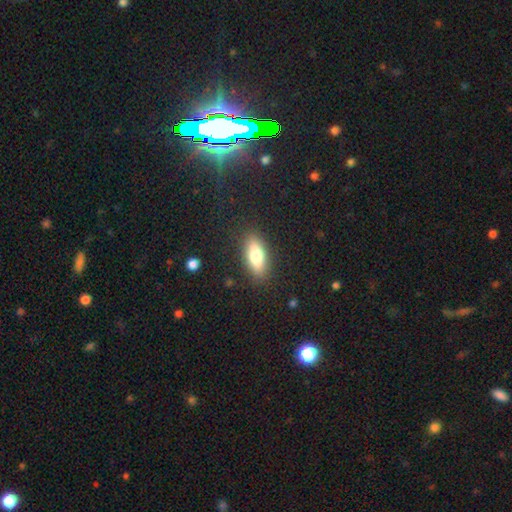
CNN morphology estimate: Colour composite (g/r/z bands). It shows a smooth galaxy with no disk features (73%) that is in between round and cigar-shaped (75%). Merging: none (87%).